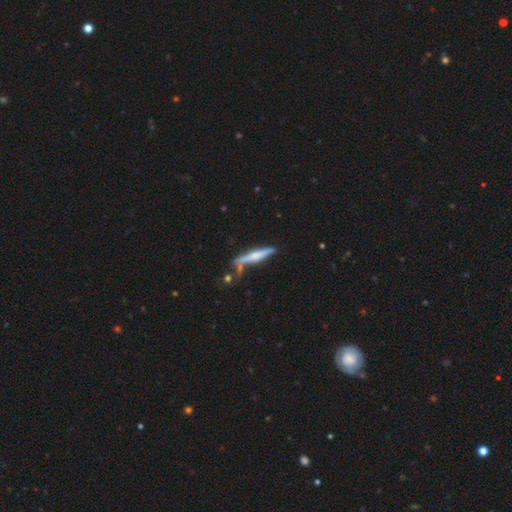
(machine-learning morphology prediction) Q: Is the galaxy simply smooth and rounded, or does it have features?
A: featured or disk — 53%.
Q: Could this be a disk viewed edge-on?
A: yes — 96%.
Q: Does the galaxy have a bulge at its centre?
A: rounded — 65%.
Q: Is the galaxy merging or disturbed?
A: none — 70%.